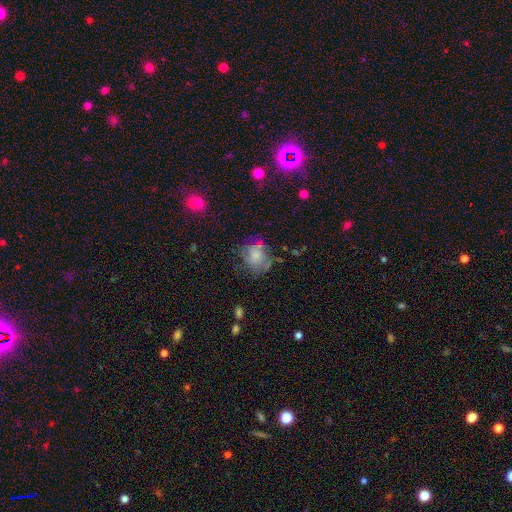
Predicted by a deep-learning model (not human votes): This is possibly a smooth galaxy (53%). How rounded: likely round (65%). Merging: possibly none (48%).